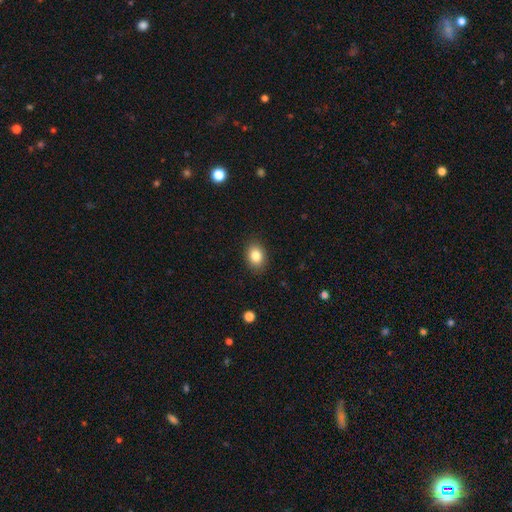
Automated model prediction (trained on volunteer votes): Smooth or featured? Predicted: smooth (p=0.85). How rounded? Predicted: in between (p=0.69). Merging? Predicted: none (p=0.88).